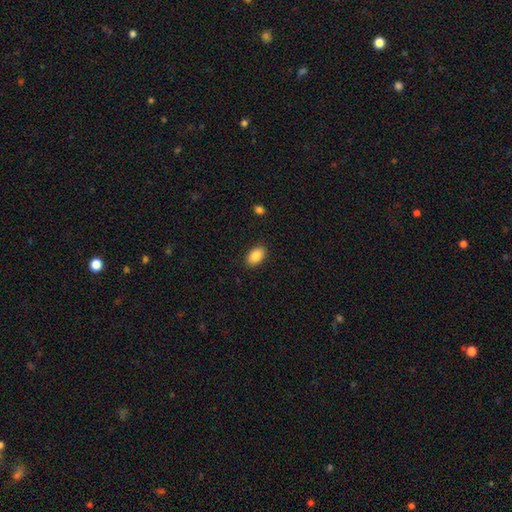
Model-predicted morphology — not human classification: Q: Smooth or featured?
A: smooth (89%); runner-up: star or artifact (7%)
Q: How rounded?
A: in between (92%); runner-up: round (6%)
Q: Merging?
A: none (89%); runner-up: minor disturbance (8%)